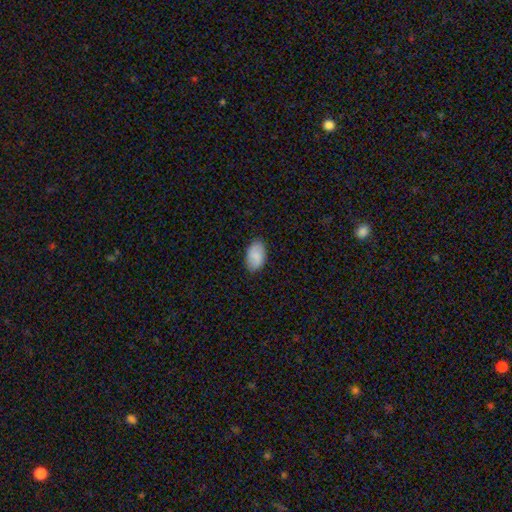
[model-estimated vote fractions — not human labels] Smooth or featured: smooth — 87% (featured or disk — 7%)
How rounded: in between — 93% (round — 5%)
Merging: none — 85% (minor disturbance — 11%)